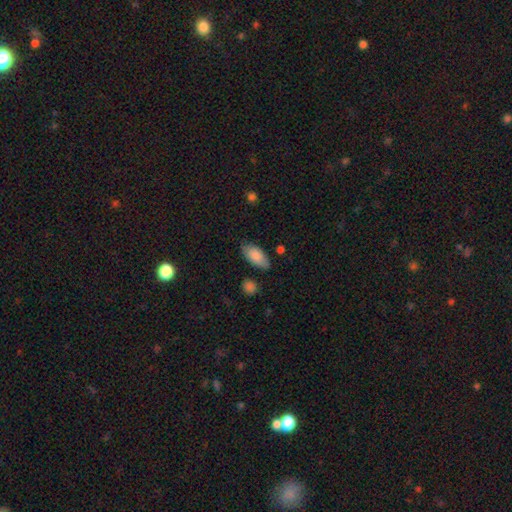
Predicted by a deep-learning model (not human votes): The model was most divided on "merging": none: 74%, minor disturbance: 19%, major disturbance: 4%, merger: 3%. More confident: how rounded — in between (91%); smooth or featured — smooth (86%).